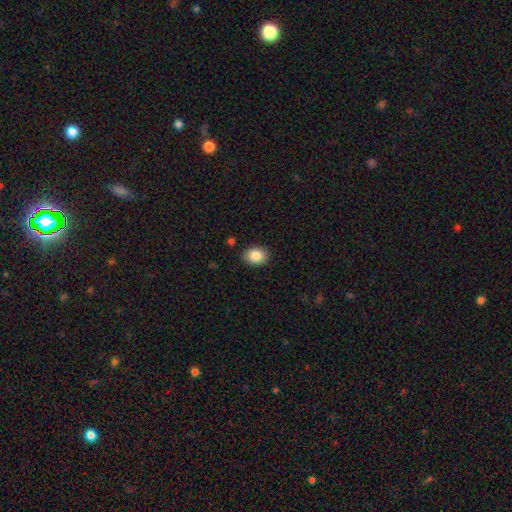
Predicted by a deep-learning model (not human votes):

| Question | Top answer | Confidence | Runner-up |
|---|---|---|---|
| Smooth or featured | smooth | 86% | star or artifact (8%) |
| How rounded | in between | 62% | round (37%) |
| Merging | none | 87% | minor disturbance (9%) |